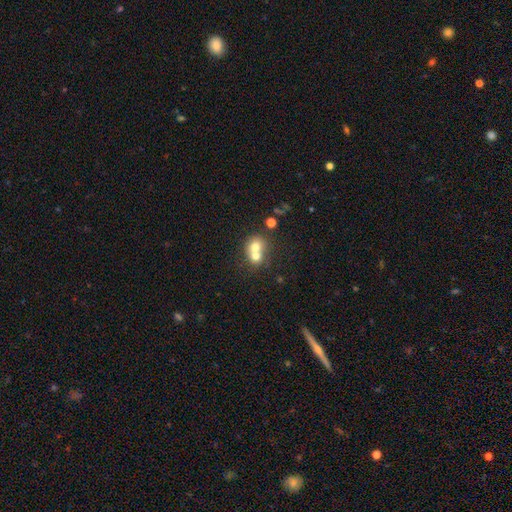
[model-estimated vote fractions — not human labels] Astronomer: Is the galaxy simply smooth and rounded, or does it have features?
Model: smooth — 68%.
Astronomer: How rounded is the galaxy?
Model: round — 74%.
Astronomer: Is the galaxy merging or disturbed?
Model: merger — 65%.